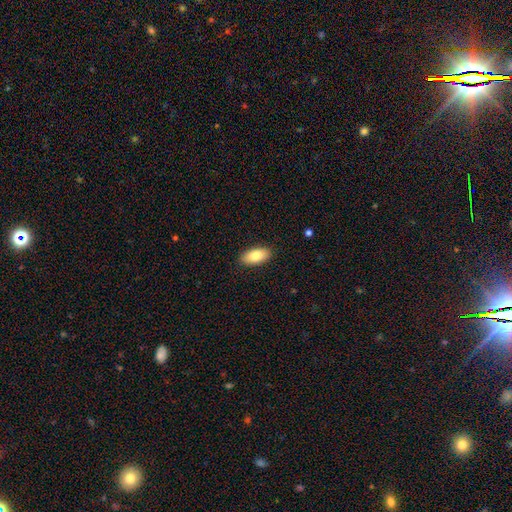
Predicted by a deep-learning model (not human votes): This appears to be a smooth galaxy with no disk features (82%) that is in between round and cigar-shaped (92%). Merging: none (89%).